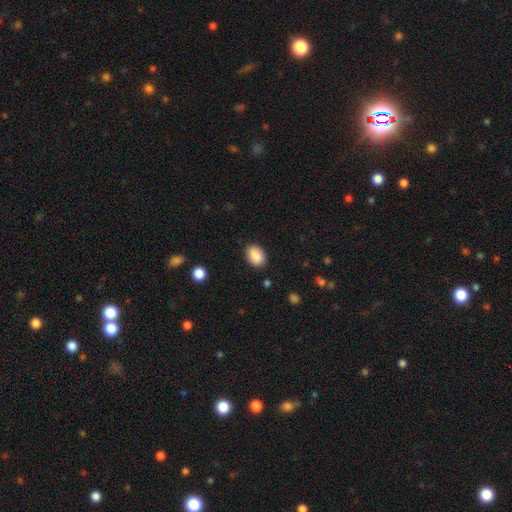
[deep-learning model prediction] Smooth or featured? Predicted: smooth (p=0.88). How rounded? Predicted: in between (p=0.79). Merging? Predicted: none (p=0.86).